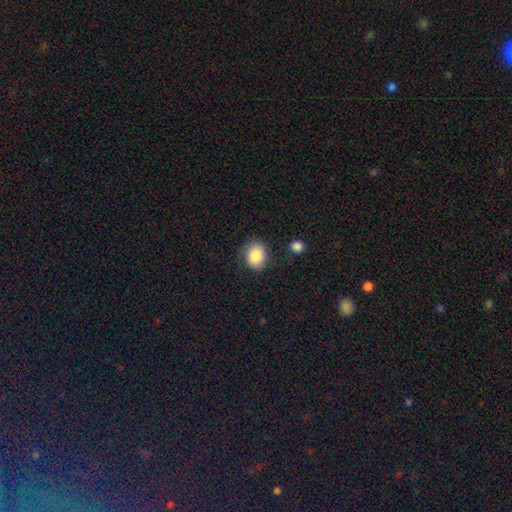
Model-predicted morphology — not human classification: Q: Smooth or featured?
A: smooth (86%); runner-up: star or artifact (8%)
Q: How rounded?
A: round (52%); runner-up: in between (47%)
Q: Merging?
A: none (77%); runner-up: minor disturbance (15%)